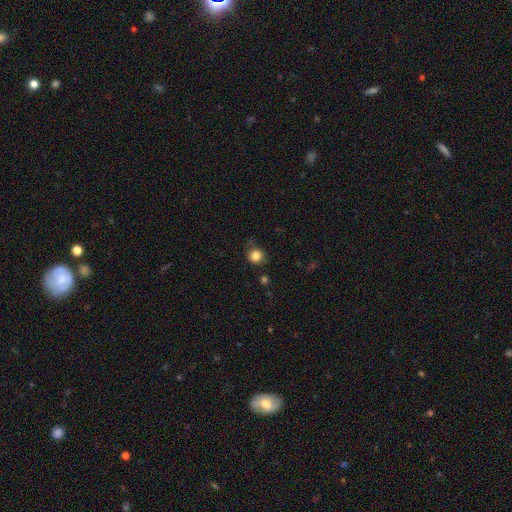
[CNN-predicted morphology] smooth 83%, star or artifact 12%, featured or disk 6%. Down the decision tree: how rounded — round (85%); merging — none (70%).